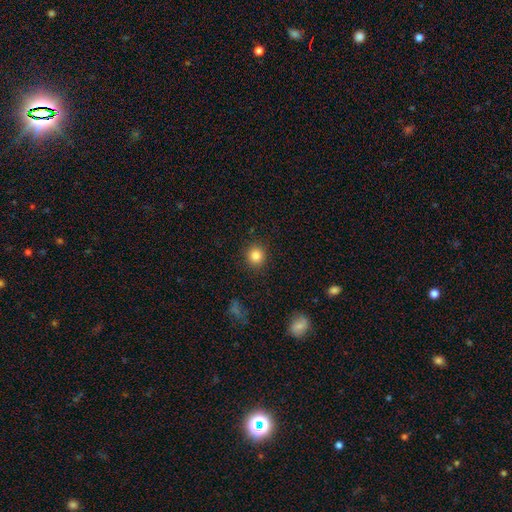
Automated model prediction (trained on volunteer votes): smooth 84%, star or artifact 11%, featured or disk 5%. Down the decision tree: how rounded — round (90%); merging — none (90%).